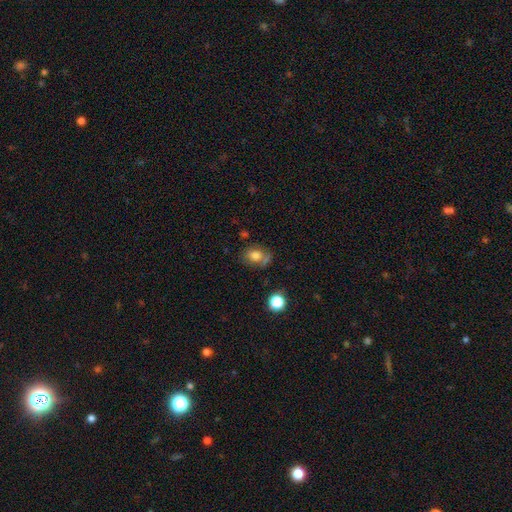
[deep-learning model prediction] Smooth or featured: smooth — 74% (featured or disk — 14%)
How rounded: in between — 61% (round — 38%)
Merging: none — 55% (minor disturbance — 23%)